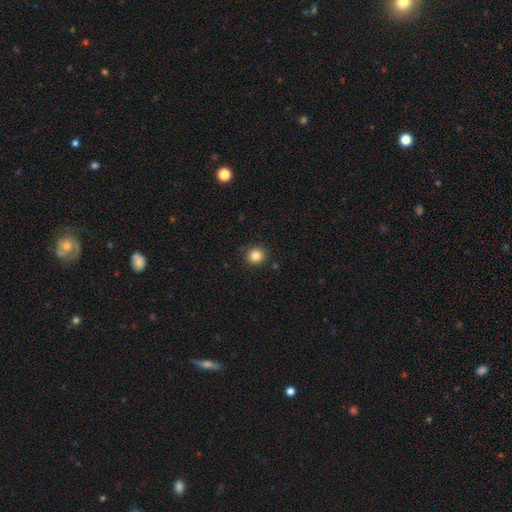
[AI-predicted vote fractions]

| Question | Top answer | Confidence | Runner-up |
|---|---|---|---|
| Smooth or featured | smooth | 84% | star or artifact (11%) |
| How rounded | round | 90% | in between (9%) |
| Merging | none | 90% | minor disturbance (7%) |